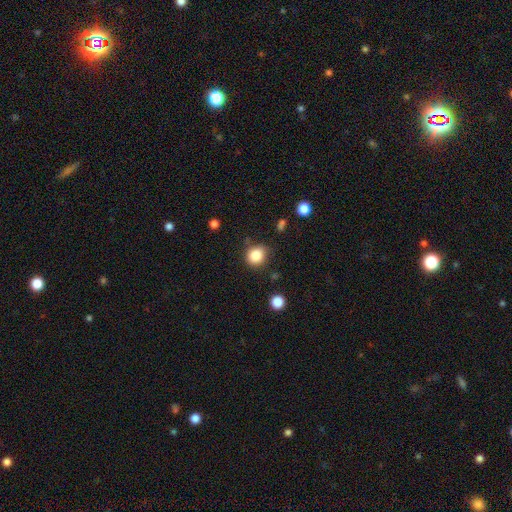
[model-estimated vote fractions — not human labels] Overall: smooth (85%). How rounded: round (82%). Merging: none (77%).